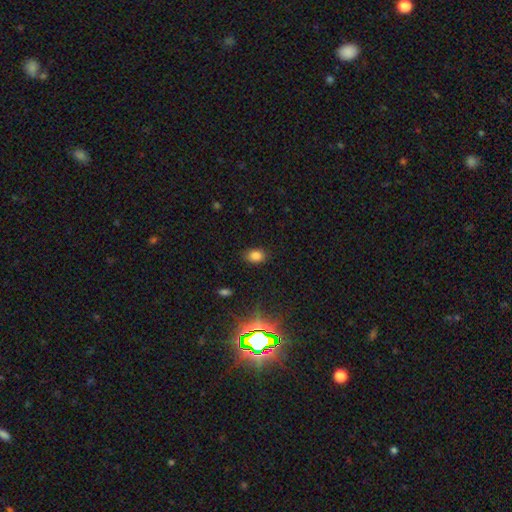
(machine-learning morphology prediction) This is clearly a smooth galaxy (80%). How rounded: likely in between (74%). Merging: clearly none (84%).